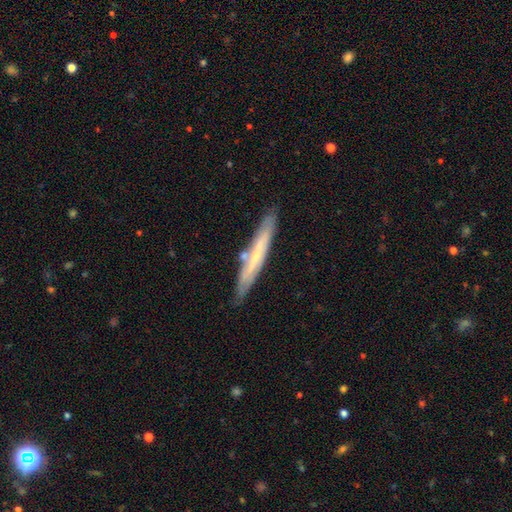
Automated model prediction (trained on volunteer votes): smooth_or_featured: featured or disk (p=0.58) [alt: smooth p=0.35]
disk_edge_on: yes (p=0.80) [alt: no p=0.20]
merging: none (p=0.79) [alt: minor disturbance p=0.13]